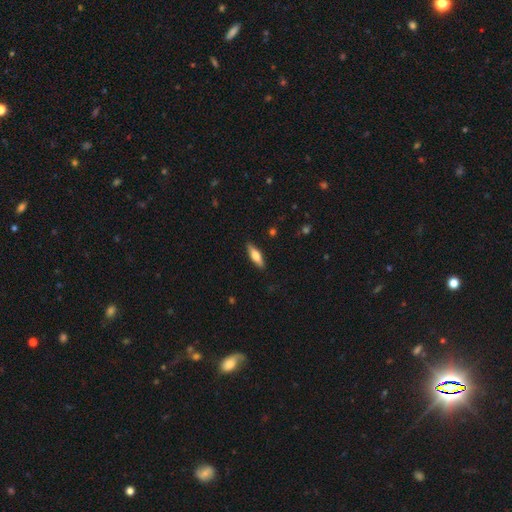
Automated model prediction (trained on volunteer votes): smooth-or-featured: smooth: 53% | featured or disk: 41% | star or artifact: 6%
  how-rounded: cigar-shaped: 58% | in between: 40% | round: 2%
  merging: none: 88% | minor disturbance: 9% | major disturbance: 2% | merger: 1%